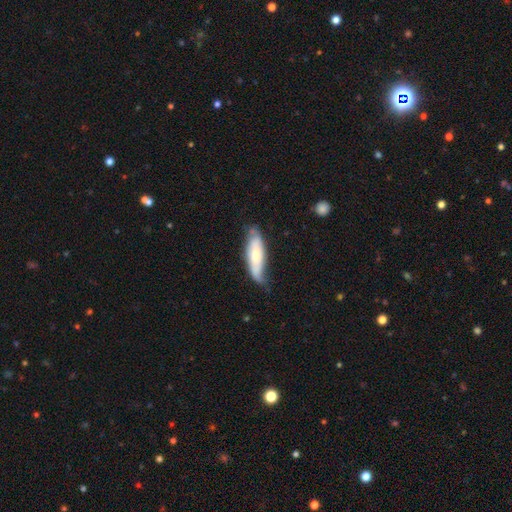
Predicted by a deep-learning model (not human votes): A smooth galaxy with no disk features (57%) that is in between round and cigar-shaped (49%, tied with cigar-shaped).

Vote fractions:
- Smooth or featured? smooth: 57% / featured or disk: 37% / star or artifact: 6%
- How rounded? in between: 49% (tied) / cigar-shaped: 49% (tied) / round: 2%
- Merging? none: 54% / minor disturbance: 35% / major disturbance: 9% / merger: 2%